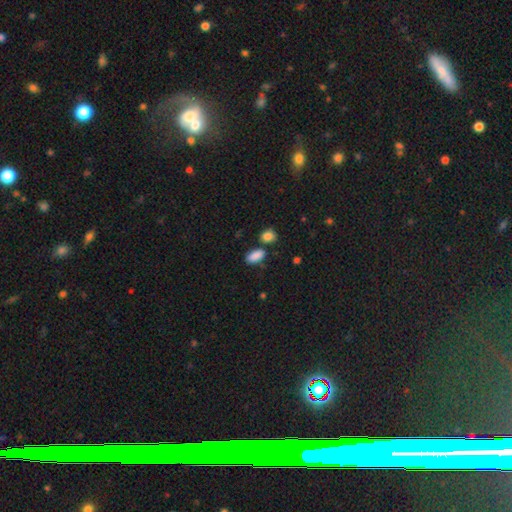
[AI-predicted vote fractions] Q: Smooth or featured?
A: smooth (87%); runner-up: star or artifact (8%)
Q: How rounded?
A: in between (90%); runner-up: round (5%)
Q: Merging?
A: none (70%); runner-up: minor disturbance (16%)